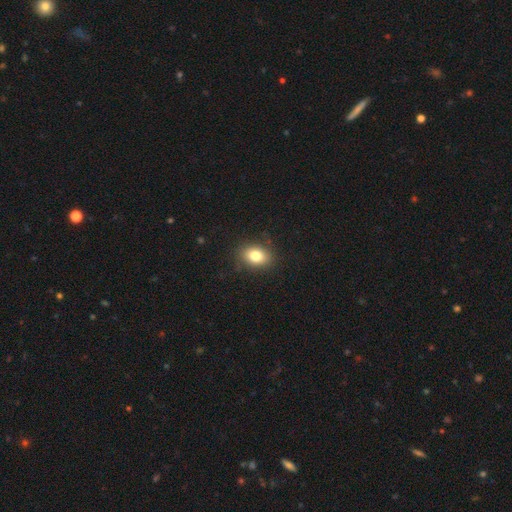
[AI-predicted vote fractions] Smooth or featured? smooth (82%)
How rounded? in between (67%)
Merging? none (85%)